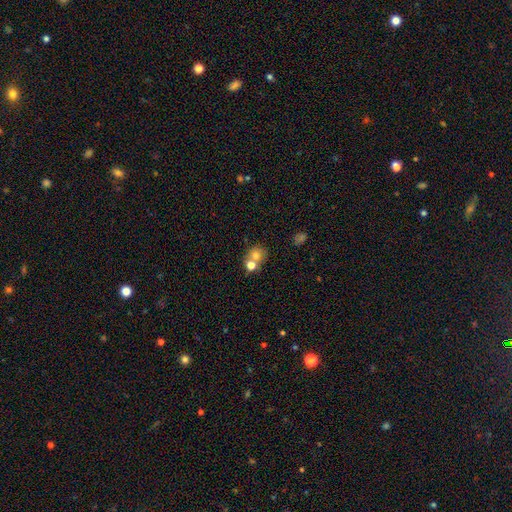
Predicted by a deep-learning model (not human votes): This appears to be a smooth galaxy with no disk features (72%) that is round (76%). Merging: merger (48%).